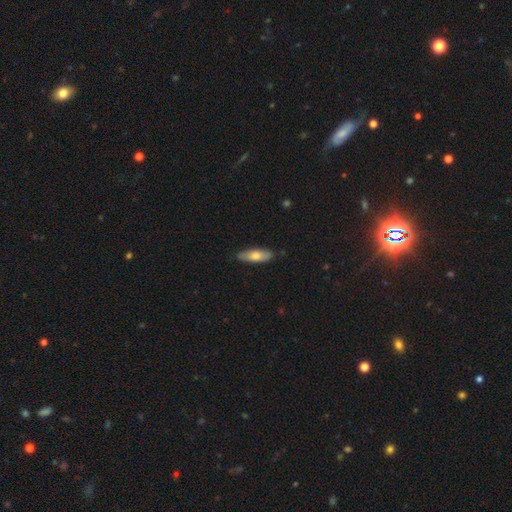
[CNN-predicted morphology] smooth_or_featured: smooth (p=0.69) [alt: featured or disk p=0.25]
how_rounded: in between (p=0.60) [alt: cigar-shaped p=0.38]
merging: none (p=0.83) [alt: minor disturbance p=0.14]